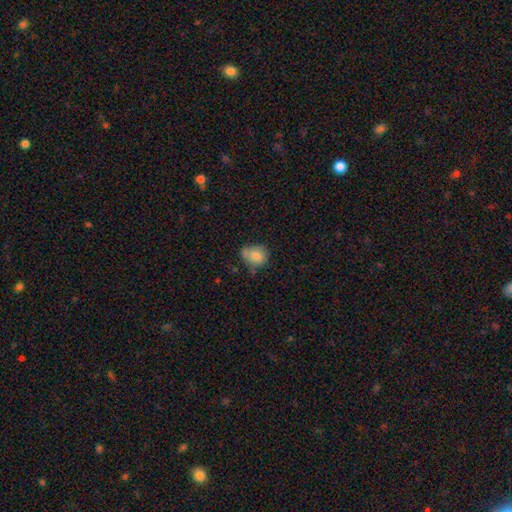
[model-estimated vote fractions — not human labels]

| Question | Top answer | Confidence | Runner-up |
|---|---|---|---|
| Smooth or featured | smooth | 78% | featured or disk (13%) |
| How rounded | round | 65% | in between (34%) |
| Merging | none | 52% | minor disturbance (27%) |